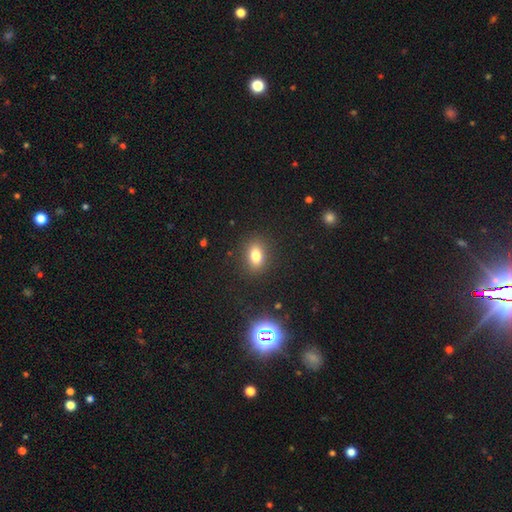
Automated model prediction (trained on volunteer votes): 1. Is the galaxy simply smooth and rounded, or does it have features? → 77% smooth, 13% star or artifact, 9% featured or disk.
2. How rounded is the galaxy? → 73% in between, 25% round, 3% cigar-shaped.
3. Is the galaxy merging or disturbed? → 87% none, 9% minor disturbance, 3% major disturbance, 1% merger.